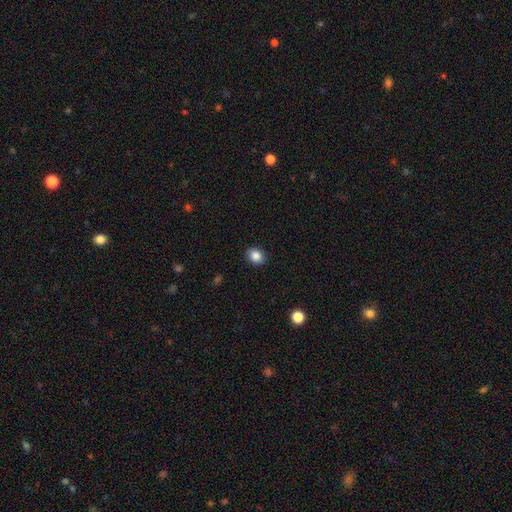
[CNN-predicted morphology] Q: Smooth or featured?
A: smooth (87%); runner-up: star or artifact (9%)
Q: How rounded?
A: round (53%); runner-up: in between (46%)
Q: Merging?
A: none (89%); runner-up: minor disturbance (8%)